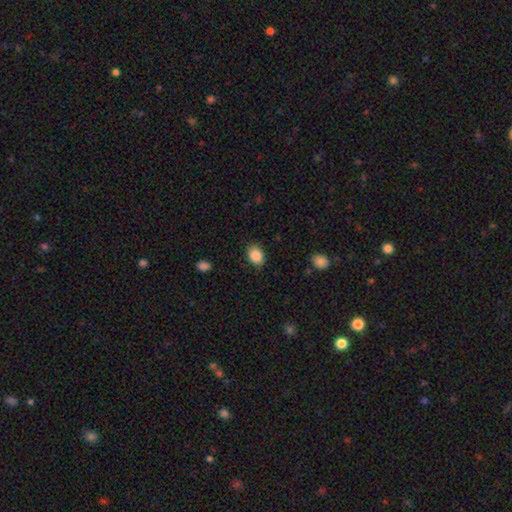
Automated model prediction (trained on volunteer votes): Q: Smooth or featured?
A: smooth (88%); runner-up: star or artifact (8%)
Q: How rounded?
A: in between (67%); runner-up: round (32%)
Q: Merging?
A: none (84%); runner-up: minor disturbance (12%)